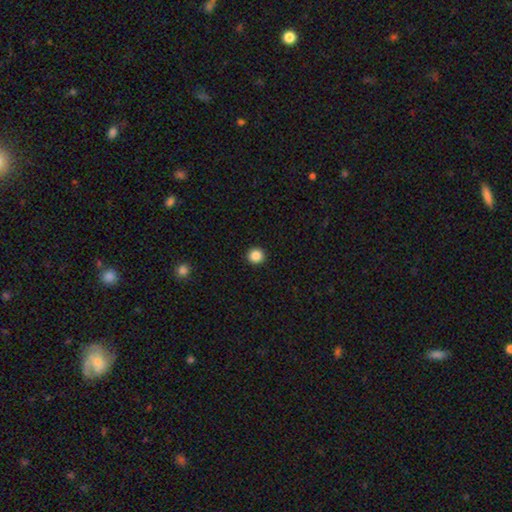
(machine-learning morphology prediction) Smooth or featured? Predicted: smooth (p=0.86). How rounded? Predicted: round (p=0.96). Merging? Predicted: none (p=0.94).